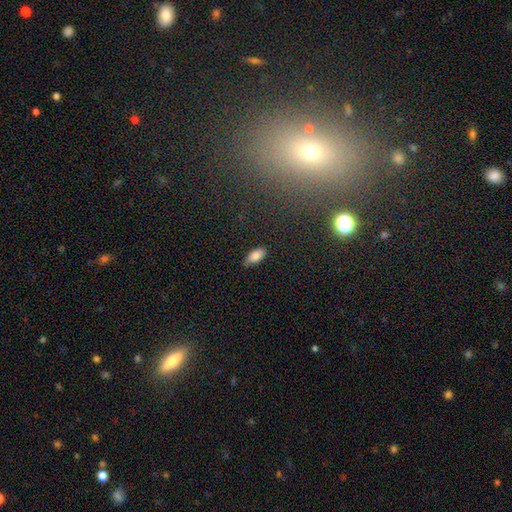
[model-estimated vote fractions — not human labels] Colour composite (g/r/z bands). It shows a smooth galaxy with no disk features (86%) that is in between round and cigar-shaped (93%). Merging: none (81%).